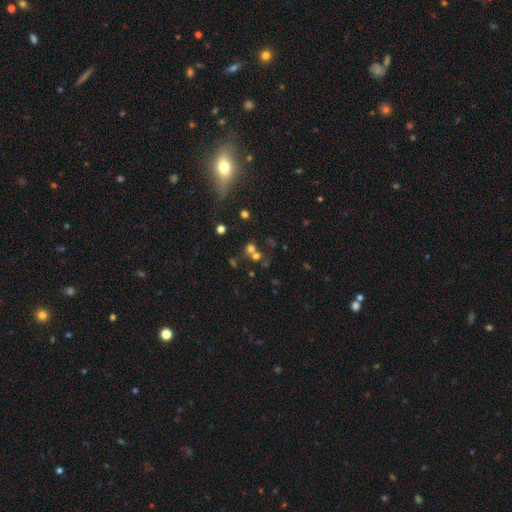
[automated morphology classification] Smooth or featured?
  - smooth: 55% *
  - star or artifact: 31%
  - featured or disk: 15%
How rounded?
  - round: 83% *
  - in between: 16%
  - cigar-shaped: 1%
Merging?
  - none: 48% *
  - merger: 39%
  - minor disturbance: 7%
  - major disturbance: 5%